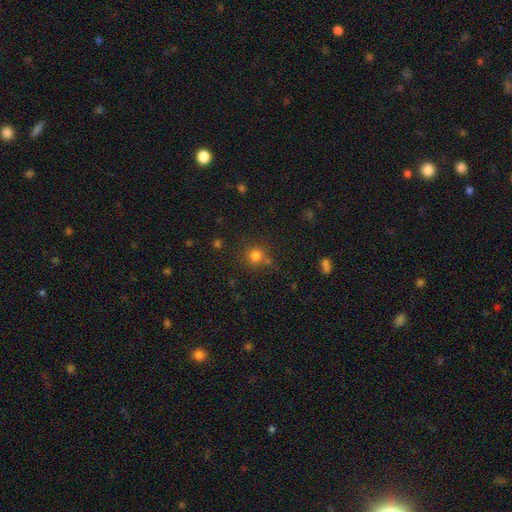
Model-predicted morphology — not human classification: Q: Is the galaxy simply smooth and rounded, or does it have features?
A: smooth — 79%.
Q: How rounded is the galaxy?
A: round — 91%.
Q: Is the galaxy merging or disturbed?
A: none — 72%.